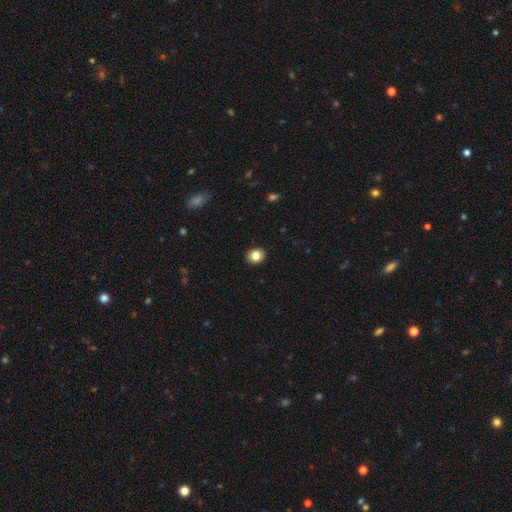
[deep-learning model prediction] smooth 84%, star or artifact 9%, featured or disk 6%. Down the decision tree: how rounded — round (65%); merging — none (91%).